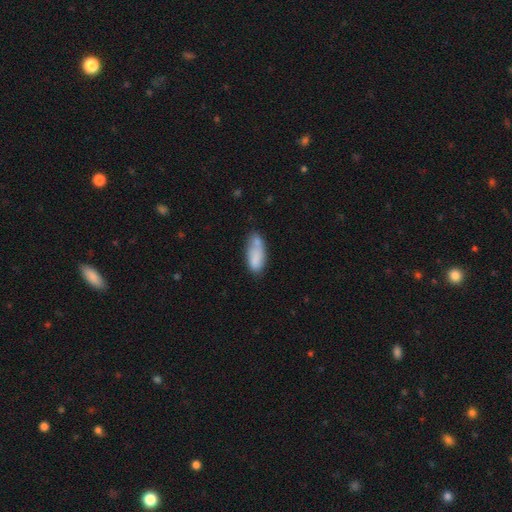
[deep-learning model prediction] Q: Smooth or featured?
A: smooth (78%); runner-up: featured or disk (15%)
Q: How rounded?
A: in between (79%); runner-up: cigar-shaped (18%)
Q: Merging?
A: none (46%); runner-up: minor disturbance (24%)